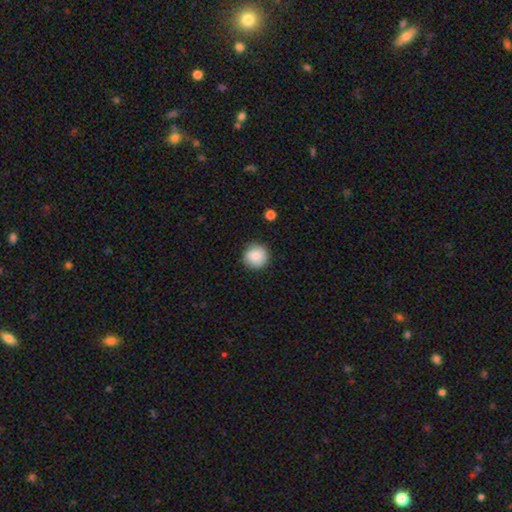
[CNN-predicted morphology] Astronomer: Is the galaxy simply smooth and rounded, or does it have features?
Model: smooth — 82%.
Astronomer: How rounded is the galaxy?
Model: round — 94%.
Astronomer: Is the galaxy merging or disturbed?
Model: none — 84%.